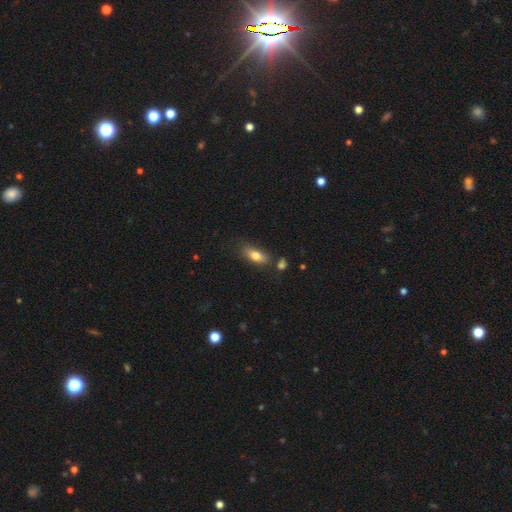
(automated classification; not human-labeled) Overall: smooth (77%). How rounded: in between (78%). Merging: none (68%).